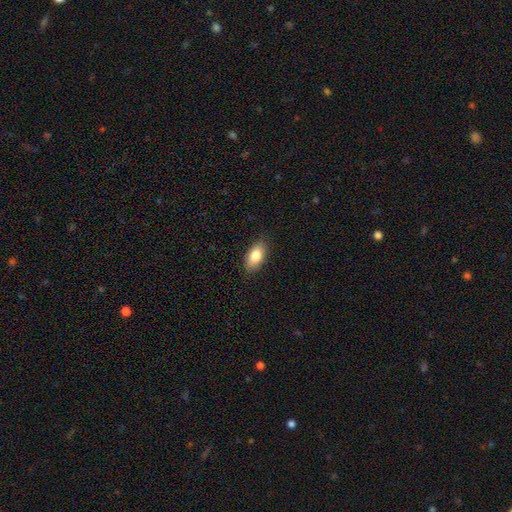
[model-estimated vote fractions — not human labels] The model was most divided on "smooth or featured": smooth: 82%, featured or disk: 12%, star or artifact: 7%. More confident: how rounded — in between (91%); merging — none (86%).